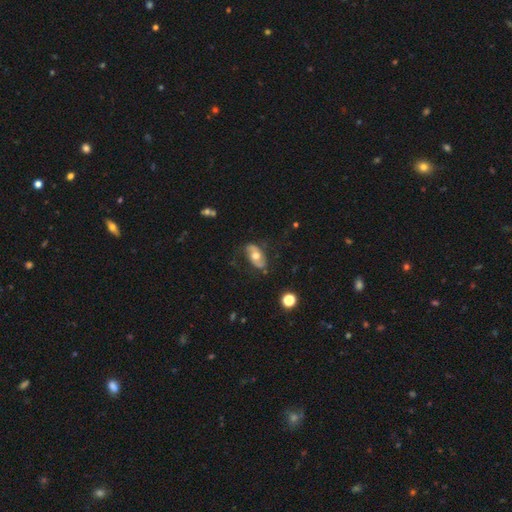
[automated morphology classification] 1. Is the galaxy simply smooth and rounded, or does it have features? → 57% featured or disk, 36% smooth, 7% star or artifact.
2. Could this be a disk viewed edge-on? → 90% no, 10% yes.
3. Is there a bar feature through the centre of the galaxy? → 70% no, 21% weak, 9% strong.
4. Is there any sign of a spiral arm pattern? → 68% yes, 32% no.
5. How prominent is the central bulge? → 74% moderate, 13% large, 10% small, 1% dominant, 1% none.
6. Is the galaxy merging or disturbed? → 72% none, 19% minor disturbance, 8% major disturbance, 2% merger.